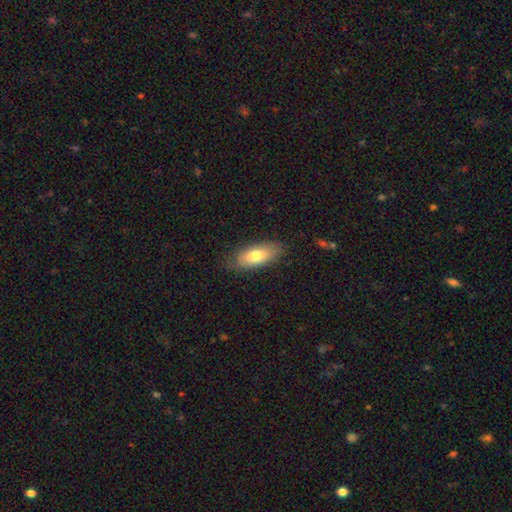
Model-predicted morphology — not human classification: Smooth or featured? Predicted: smooth (p=0.74). How rounded? Predicted: in between (p=0.81). Merging? Predicted: none (p=0.79).